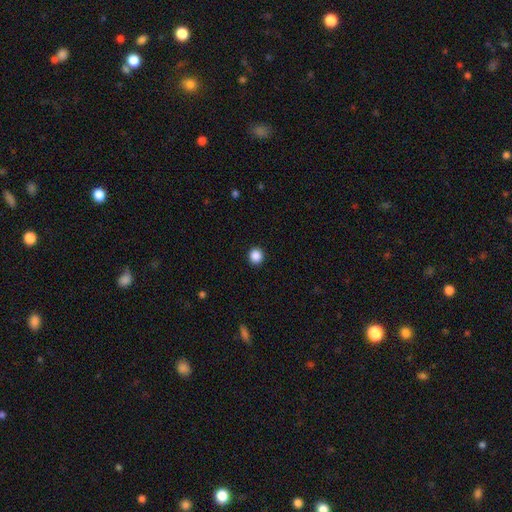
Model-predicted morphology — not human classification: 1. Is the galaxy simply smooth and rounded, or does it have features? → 88% smooth, 10% star or artifact, 3% featured or disk.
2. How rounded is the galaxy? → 92% round, 7% in between, 1% cigar-shaped.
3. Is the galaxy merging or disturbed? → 93% none, 5% minor disturbance, 2% major disturbance, 1% merger.